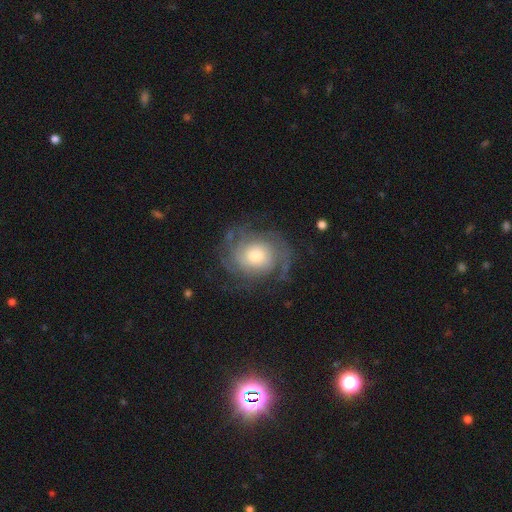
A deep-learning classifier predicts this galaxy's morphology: This is likely a featured or disk galaxy (76%). It is clearly not viewed edge-on (97%). Bar: likely no (79%). Spiral arm pattern: clearly yes (91%). Spiral arm count: marginally can't tell (40%). Spiral winding: possibly tight (58%). Central bulge: possibly moderate (53%). Merging: likely none (68%).